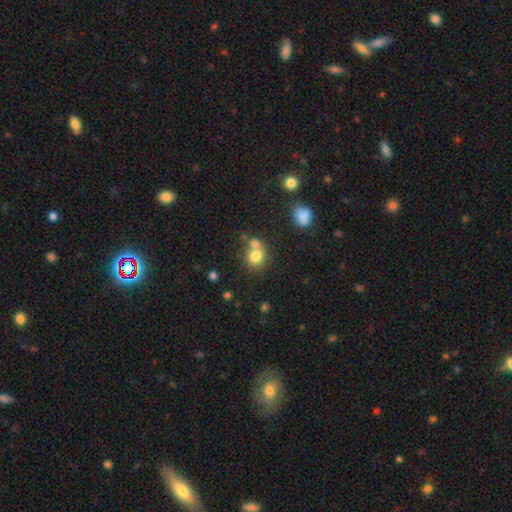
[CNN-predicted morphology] Overall: smooth (77%). How rounded: round (78%). Merging: none (45%; merger 42%).